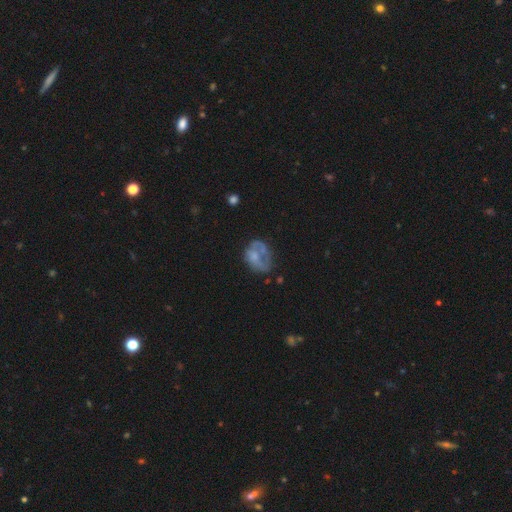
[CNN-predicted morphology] Smooth or featured: featured or disk — 49% (smooth — 41%)
Merging: none — 35% (major disturbance — 34%)